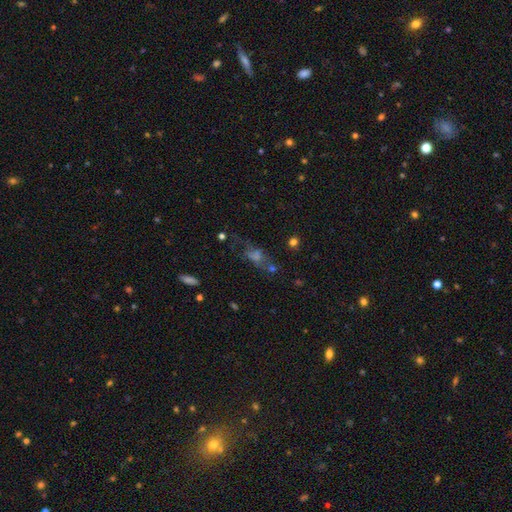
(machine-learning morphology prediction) smooth-or-featured: smooth: 34% | star or artifact: 33% | featured or disk: 33%
  merging: none: 53% | major disturbance: 19% | minor disturbance: 18% | merger: 10%